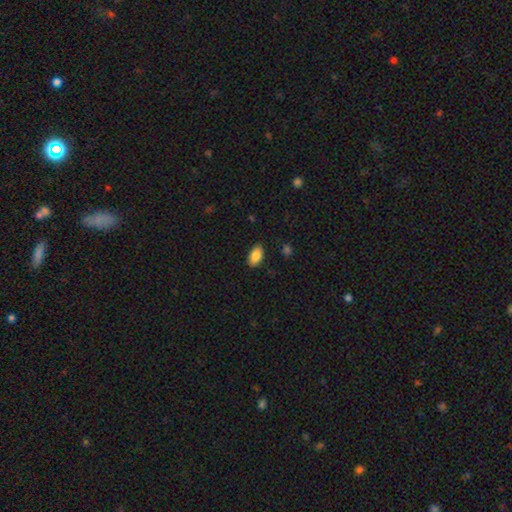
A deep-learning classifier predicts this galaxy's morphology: Smooth or featured? smooth (87%)
How rounded? in between (93%)
Merging? none (86%)